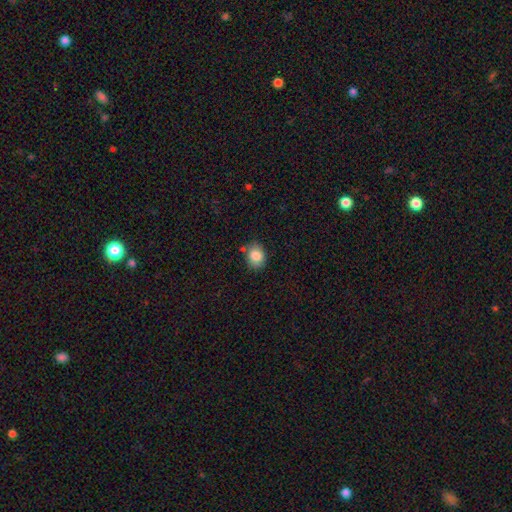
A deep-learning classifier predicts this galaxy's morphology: Smooth or featured? Predicted: smooth (p=0.84). How rounded? Predicted: in between (p=0.54). Merging? Predicted: none (p=0.76).